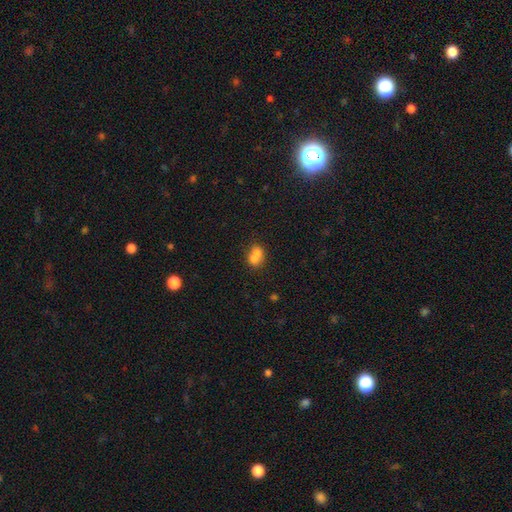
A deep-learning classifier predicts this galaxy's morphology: smooth_or_featured: smooth (p=0.71) [alt: featured or disk p=0.18]
how_rounded: in between (p=0.56) [alt: round p=0.42]
merging: merger (p=0.60) [alt: none p=0.26]